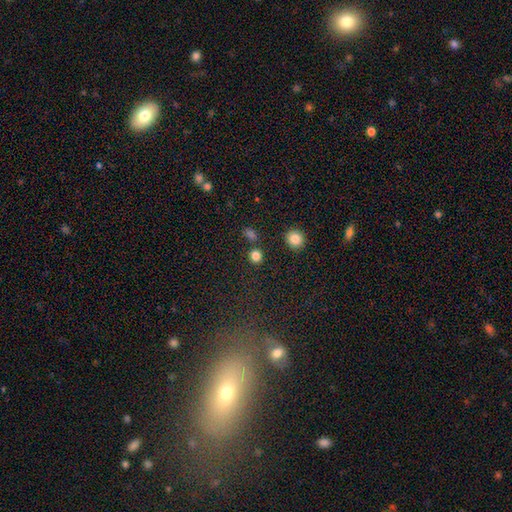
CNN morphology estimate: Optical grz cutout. It shows a smooth galaxy with no disk features (82%) that is round (84%). Merging: none (80%).